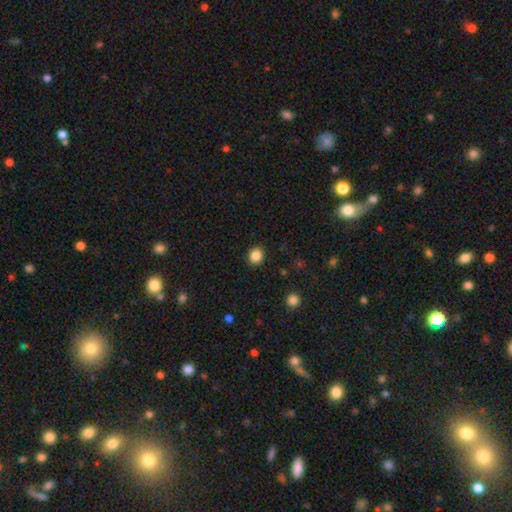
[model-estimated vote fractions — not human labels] Smooth or featured: smooth — 86% (star or artifact — 11%)
How rounded: round — 84% (in between — 16%)
Merging: none — 91% (minor disturbance — 6%)